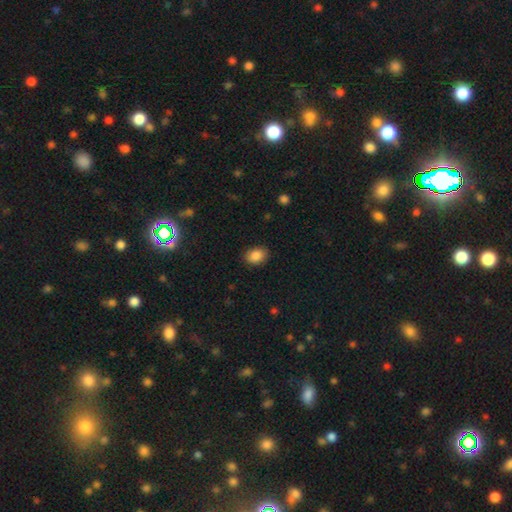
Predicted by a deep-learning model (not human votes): Overall: smooth (88%). How rounded: in between (72%). Merging: none (86%).